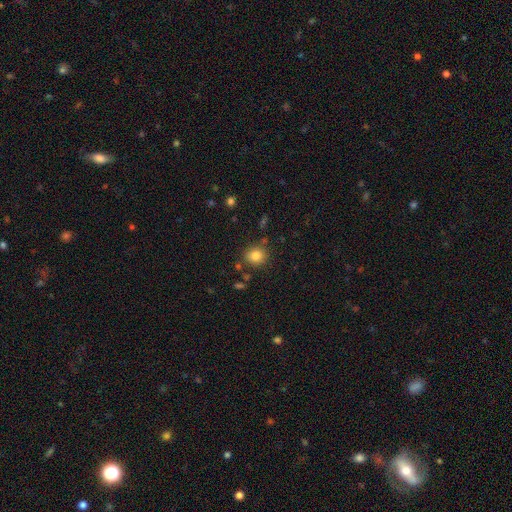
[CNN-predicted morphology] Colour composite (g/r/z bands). It shows a smooth galaxy with no disk features (82%) that is round (78%). Merging: none (82%).